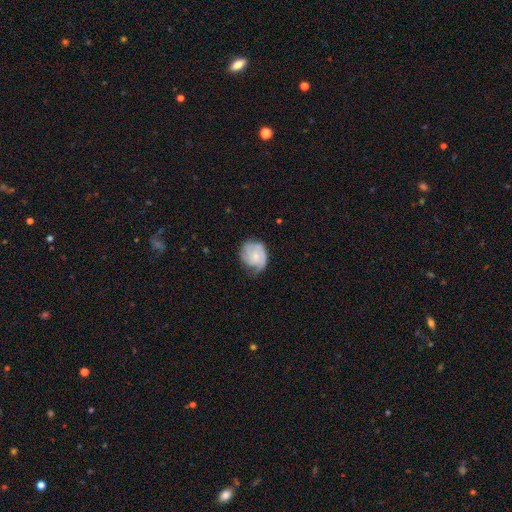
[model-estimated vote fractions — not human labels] Q: Smooth or featured?
A: featured or disk (62%); runner-up: smooth (32%)
Q: Edge-on disk?
A: no (98%); runner-up: yes (2%)
Q: Bar?
A: no (75%); runner-up: weak (22%)
Q: Spiral arms?
A: yes (87%); runner-up: no (13%)
Q: Spiral winding?
A: tight (52%); runner-up: medium (34%)
Q: Spiral arm count?
A: 2 (33%); runner-up: can't tell (28%)
Q: Bulge size?
A: small (63%); runner-up: moderate (31%)
Q: Merging?
A: none (50%); runner-up: minor disturbance (34%)